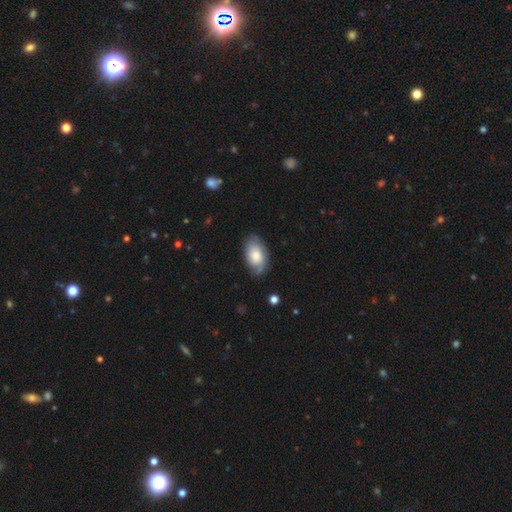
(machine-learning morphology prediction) Overall: smooth (72%). How rounded: in between (93%). Merging: none (69%).